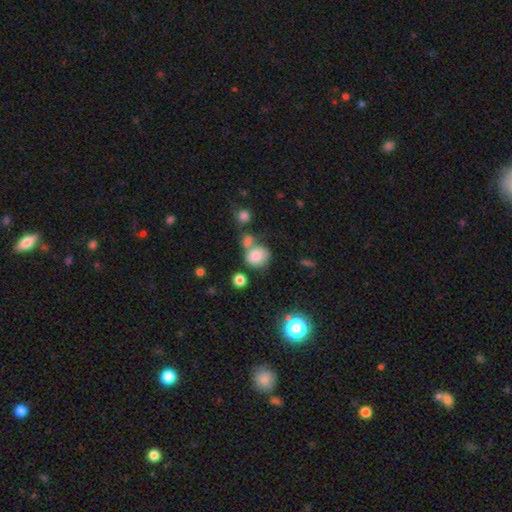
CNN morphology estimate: This is likely a smooth galaxy (72%). How rounded: likely round (64%). Merging: marginally merger (37%).